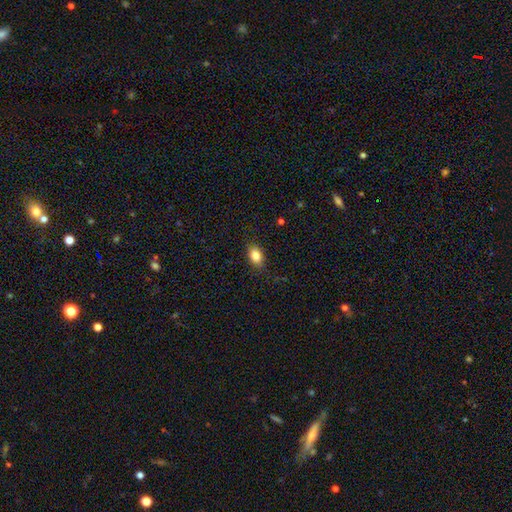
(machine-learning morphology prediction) smooth-or-featured: smooth: 84% | star or artifact: 8% | featured or disk: 7%
  how-rounded: in between: 85% | round: 13% | cigar-shaped: 2%
  merging: none: 86% | minor disturbance: 10% | major disturbance: 2% | merger: 1%